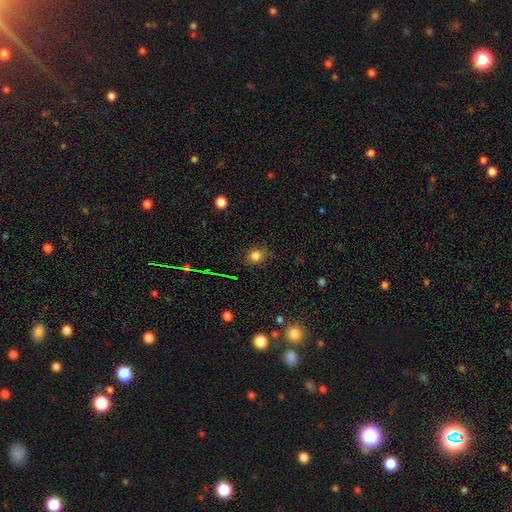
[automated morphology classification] The model was most divided on "how rounded": round: 72%, in between: 27%, cigar-shaped: 1%. More confident: merging — none (84%); smooth or featured — smooth (81%).